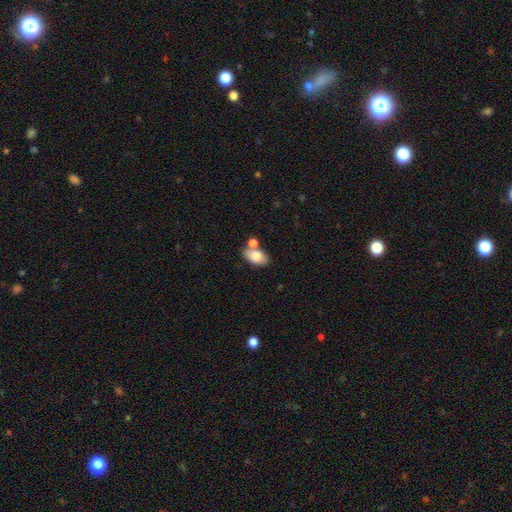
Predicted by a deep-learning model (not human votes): This is likely a smooth galaxy (79%). How rounded: clearly in between (90%). Merging: possibly none (56%).